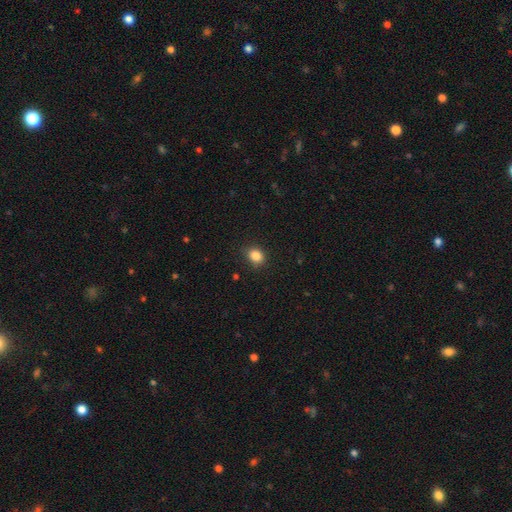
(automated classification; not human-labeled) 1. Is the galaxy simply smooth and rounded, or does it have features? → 86% smooth, 10% star or artifact, 4% featured or disk.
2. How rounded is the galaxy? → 52% round, 47% in between, 1% cigar-shaped.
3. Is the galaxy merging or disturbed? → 84% none, 12% minor disturbance, 3% major disturbance, 1% merger.